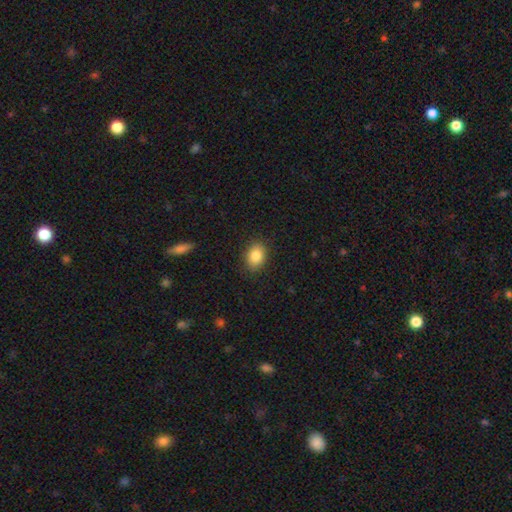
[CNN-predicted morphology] A smooth galaxy with no disk features (85%) that is in between round and cigar-shaped (73%). Merging: none (87%).